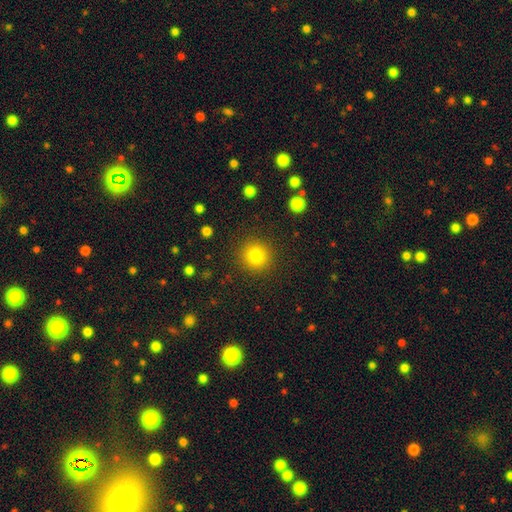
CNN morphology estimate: Smooth or featured? Predicted: smooth (p=0.81). How rounded? Predicted: round (p=0.93). Merging? Predicted: none (p=0.90).